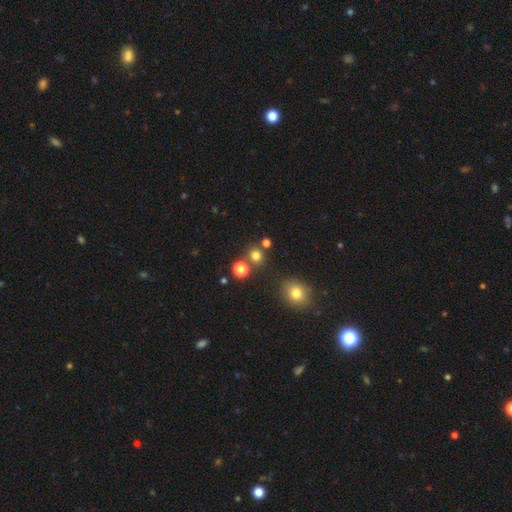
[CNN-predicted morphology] Smooth or featured: smooth — 76% (star or artifact — 18%)
How rounded: round — 88% (in between — 11%)
Merging: none — 77% (merger — 13%)